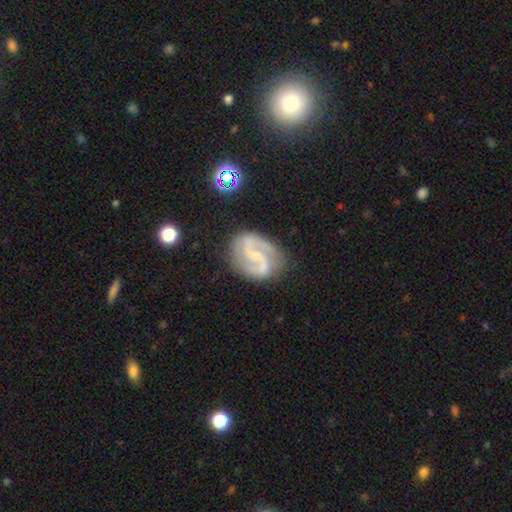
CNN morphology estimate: smooth-or-featured: featured or disk: 90% | smooth: 5% | star or artifact: 5%
  disk-edge-on: no: 98% | yes: 2%
    bar: weak: 47% | strong: 27% | no: 27%
    has-spiral-arms: yes: 97% | no: 3%
      spiral-winding: medium: 57% | loose: 23% | tight: 20%
      spiral-arm-count: 2: 93% | can't tell: 2% | 1: 1% | 3: 1% | 4: 1% | more than 4: 1%
    bulge-size: small: 58% | none: 25% | moderate: 15% | large: 1% | dominant: 1%
  merging: none: 78% | minor disturbance: 14% | major disturbance: 5% | merger: 2%